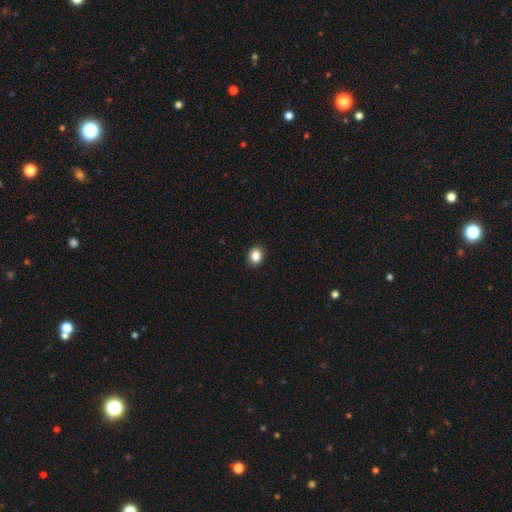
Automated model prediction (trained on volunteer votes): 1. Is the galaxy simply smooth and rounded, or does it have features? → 86% smooth, 10% star or artifact, 4% featured or disk.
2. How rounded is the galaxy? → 60% round, 39% in between, 1% cigar-shaped.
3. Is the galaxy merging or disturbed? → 91% none, 6% minor disturbance, 2% major disturbance, 1% merger.